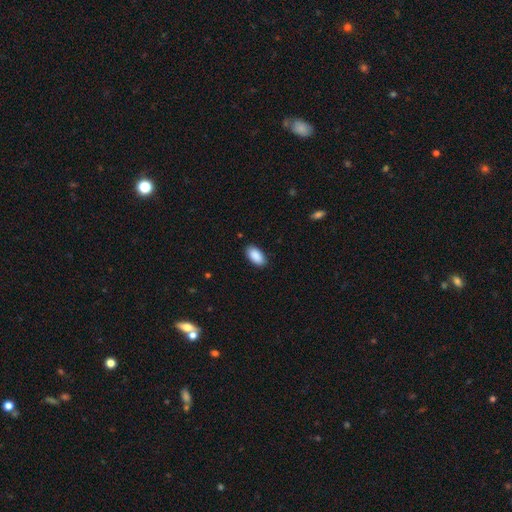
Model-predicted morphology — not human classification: type=smooth (91%); roundness=in between (95%); merging=none (88%).